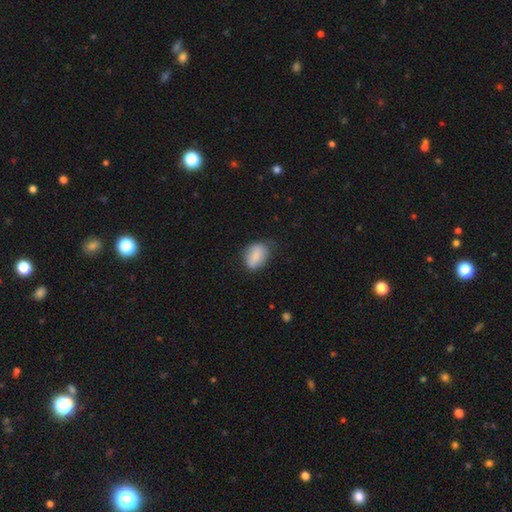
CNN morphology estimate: smooth_or_featured: smooth (p=0.82) [alt: featured or disk p=0.10]
how_rounded: in between (p=0.79) [alt: round p=0.19]
merging: none (p=0.63) [alt: minor disturbance p=0.28]